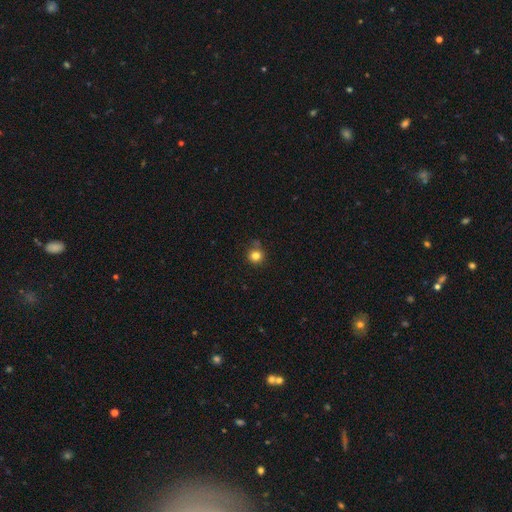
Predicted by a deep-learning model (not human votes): Q: Smooth or featured?
A: smooth (82%); runner-up: star or artifact (13%)
Q: How rounded?
A: round (93%); runner-up: in between (6%)
Q: Merging?
A: none (79%); runner-up: minor disturbance (13%)